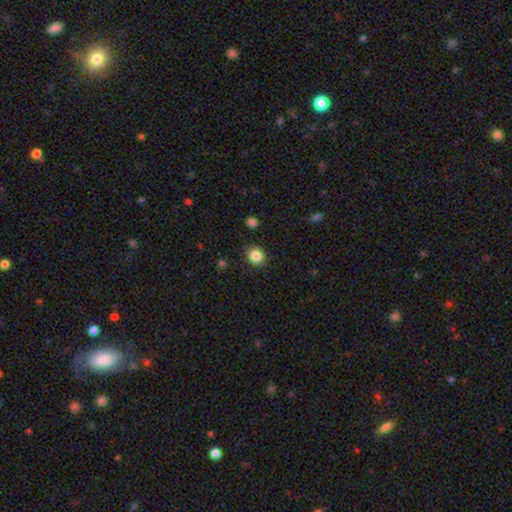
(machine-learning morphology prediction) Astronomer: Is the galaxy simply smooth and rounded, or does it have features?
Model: smooth — 85%.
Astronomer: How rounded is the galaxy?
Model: round — 83%.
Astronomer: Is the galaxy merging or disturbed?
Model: none — 89%.